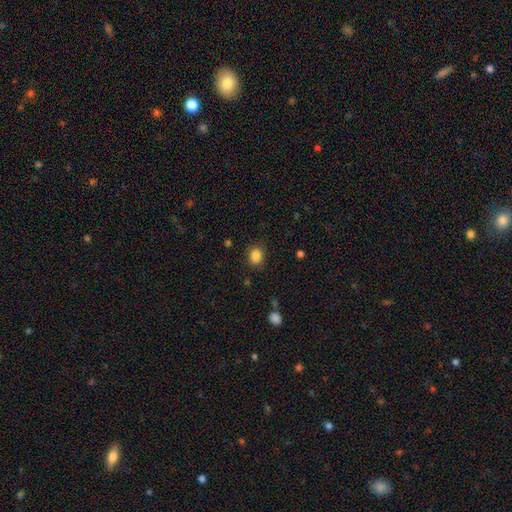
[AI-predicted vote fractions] This is clearly a smooth galaxy (86%). How rounded: likely round (63%). Merging: clearly none (86%).